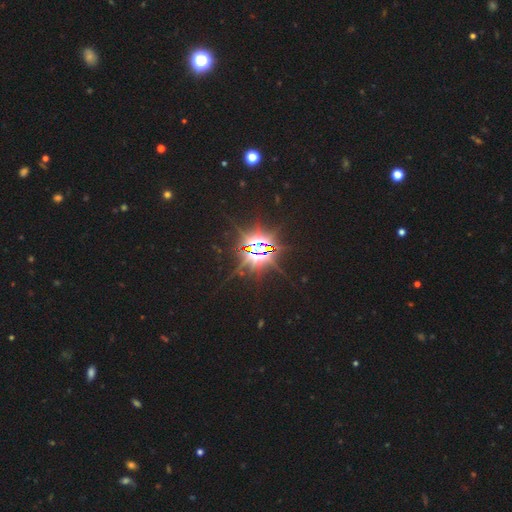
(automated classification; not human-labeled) The model was most divided on "smooth or featured": star or artifact: 86%, featured or disk: 8%, smooth: 6%.